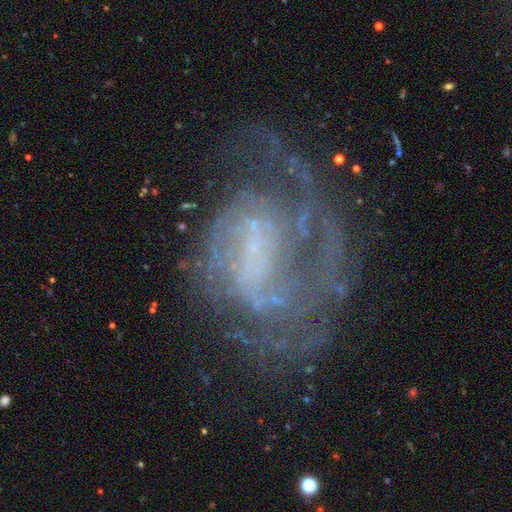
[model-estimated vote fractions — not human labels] Morphology: type=featured or disk (83%); edge-on=no (98%); bar=weak (41%, tied with no); spiral arms=yes (88%); winding=medium (41%); arm count=can't tell (31%); bulge=none (51%); merging=none (48%).